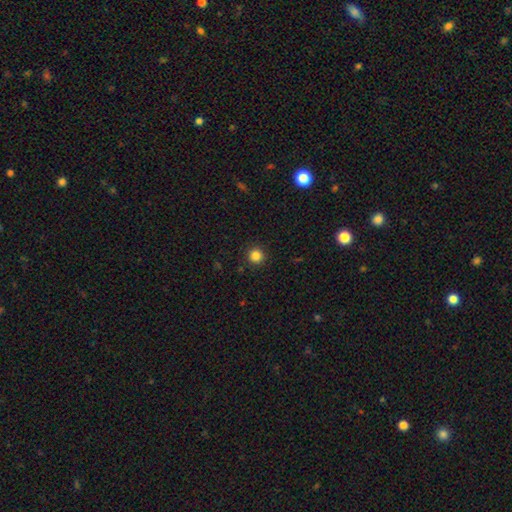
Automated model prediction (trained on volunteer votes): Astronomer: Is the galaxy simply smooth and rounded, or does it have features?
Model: smooth — 85%.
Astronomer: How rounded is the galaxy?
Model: round — 95%.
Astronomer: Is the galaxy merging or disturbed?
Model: none — 92%.